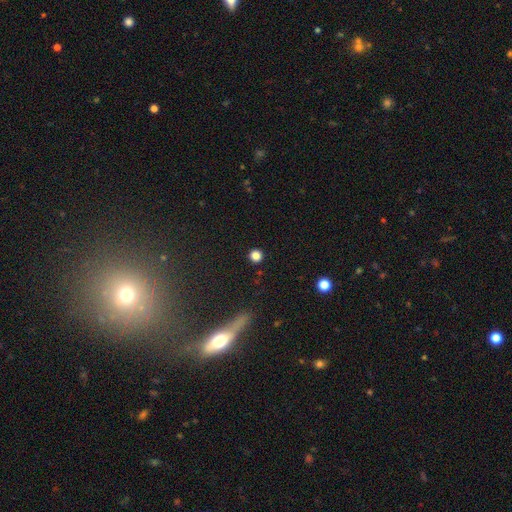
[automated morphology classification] Overall: smooth (83%). How rounded: round (94%). Merging: none (92%).